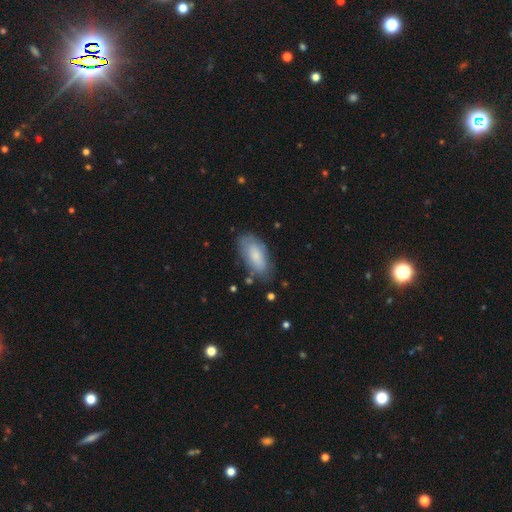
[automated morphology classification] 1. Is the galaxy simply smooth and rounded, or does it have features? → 75% smooth, 19% featured or disk, 6% star or artifact.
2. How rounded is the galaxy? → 91% in between, 7% cigar-shaped, 2% round.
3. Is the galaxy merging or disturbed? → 71% none, 21% minor disturbance, 5% major disturbance, 2% merger.